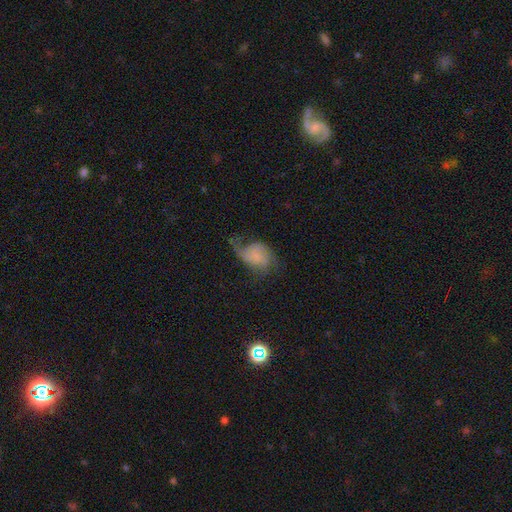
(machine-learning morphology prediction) smooth_or_featured: featured or disk (p=0.56) [alt: smooth p=0.34]
disk_edge_on: no (p=0.97) [alt: yes p=0.03]
bar: no (p=0.59) [alt: weak p=0.34]
has_spiral_arms: yes (p=0.84) [alt: no p=0.16]
bulge_size: none (p=0.54) [alt: small p=0.25]
merging: major disturbance (p=0.36) [tied with: none p=0.36]